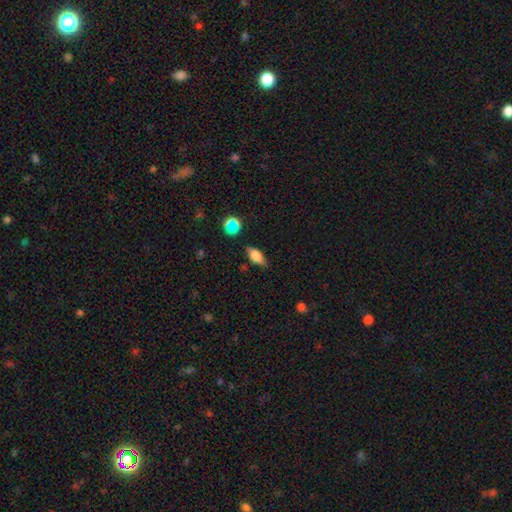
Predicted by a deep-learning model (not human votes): smooth-or-featured: smooth: 61% | featured or disk: 29% | star or artifact: 10%
  how-rounded: in between: 76% | cigar-shaped: 17% | round: 7%
  merging: none: 77% | minor disturbance: 17% | major disturbance: 4% | merger: 3%